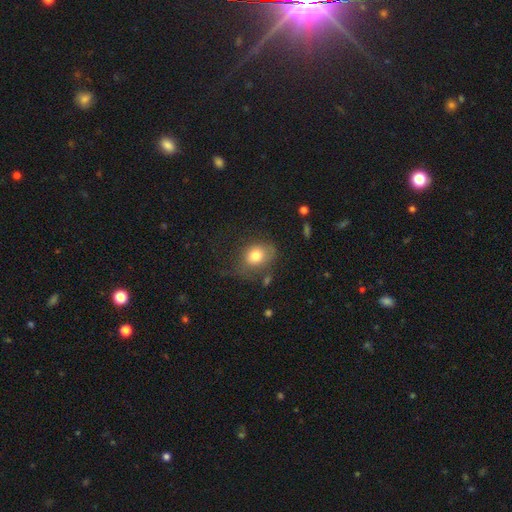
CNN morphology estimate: A smooth galaxy with no disk features (76%) that is round (50%). Merging: none (51%).